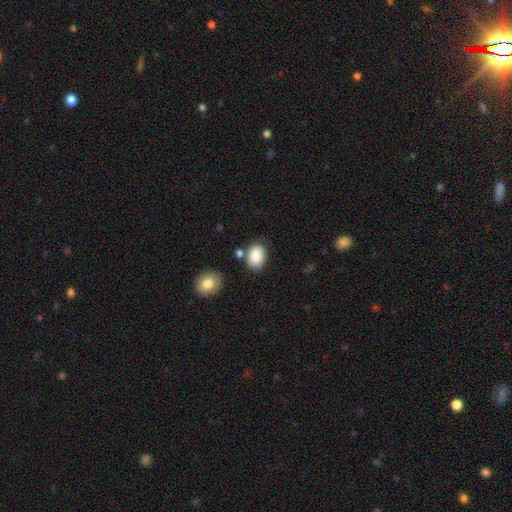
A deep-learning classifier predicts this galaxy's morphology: A smooth galaxy with no disk features (85%) that is in between round and cigar-shaped (71%).

Vote fractions:
- Smooth or featured? smooth: 85% / star or artifact: 8% / featured or disk: 7%
- How rounded? in between: 71% / round: 28% / cigar-shaped: 1%
- Merging? none: 73% / minor disturbance: 15% / merger: 9% / major disturbance: 4%